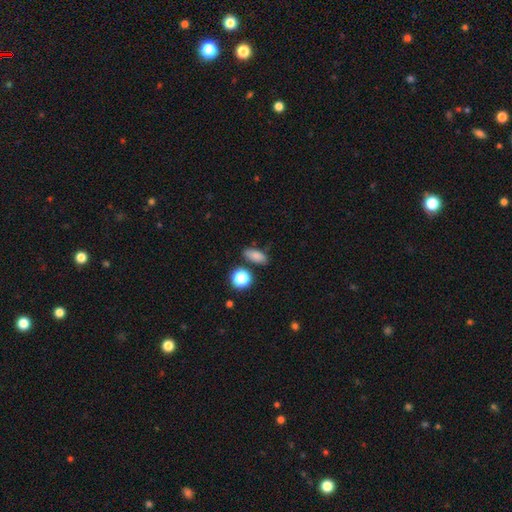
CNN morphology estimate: smooth 81%, star or artifact 12%, featured or disk 7%. Down the decision tree: how rounded — in between (73%); merging — none (78%).